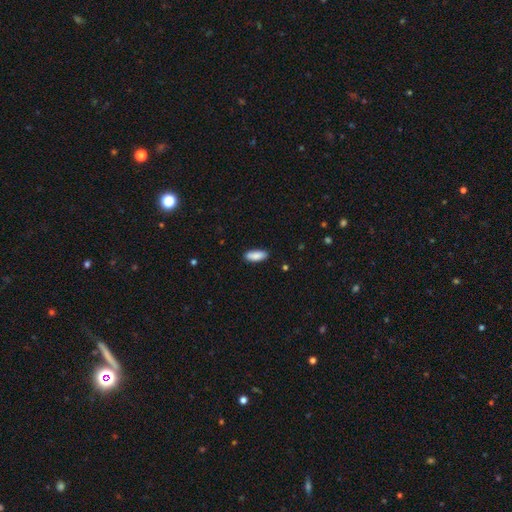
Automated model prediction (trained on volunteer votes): The model was most divided on "how rounded": in between: 79%, cigar-shaped: 20%, round: 2%. More confident: smooth or featured — smooth (88%); merging — none (86%).